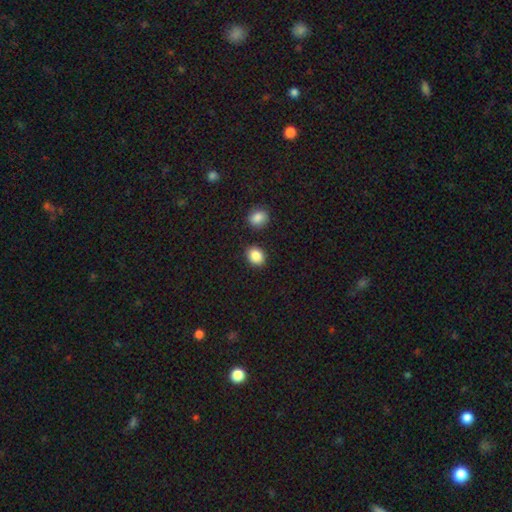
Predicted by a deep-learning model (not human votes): A smooth galaxy with no disk features (88%) that is in between round and cigar-shaped (52%).

Vote fractions:
- Smooth or featured? smooth: 88% / star or artifact: 8% / featured or disk: 4%
- How rounded? in between: 52% / round: 47% / cigar-shaped: 1%
- Merging? none: 85% / minor disturbance: 8% / merger: 4% / major disturbance: 2%